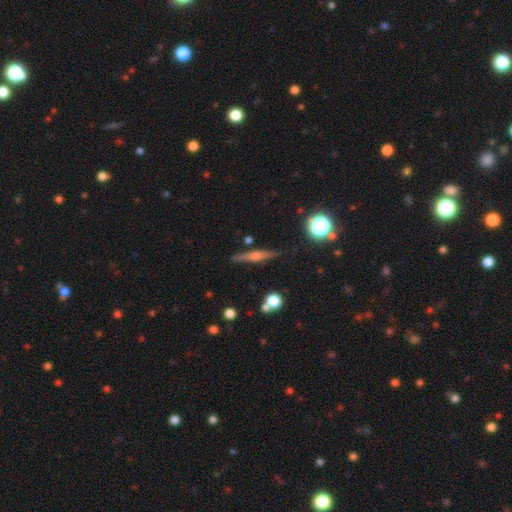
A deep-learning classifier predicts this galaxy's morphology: Smooth or featured: featured or disk — 62% (smooth — 28%)
Edge-on disk: yes — 96% (no — 4%)
Edge-on bulge: rounded — 75% (boxy — 13%)
Merging: none — 87% (minor disturbance — 9%)